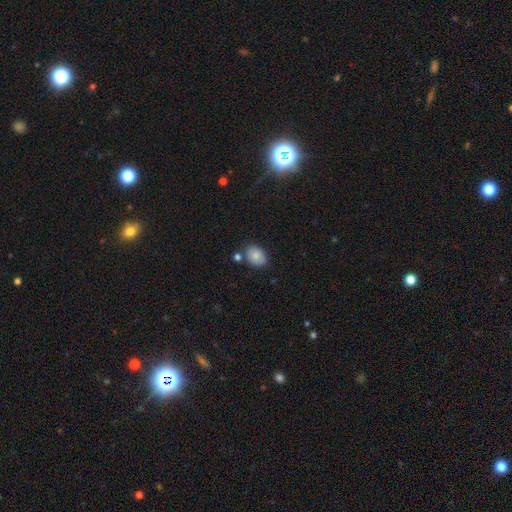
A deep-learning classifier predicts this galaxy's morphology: Smooth or featured: smooth — 82% (featured or disk — 10%)
How rounded: in between — 74% (round — 25%)
Merging: none — 73% (minor disturbance — 15%)